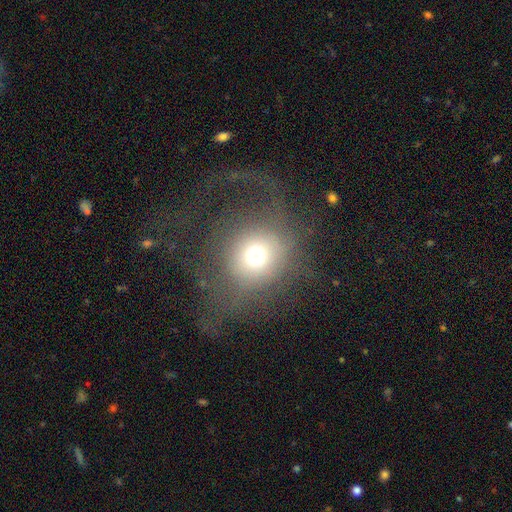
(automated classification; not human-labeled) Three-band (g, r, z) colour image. It shows a smooth galaxy with no disk features (64%) that is round (87%). Merging: none (56%).